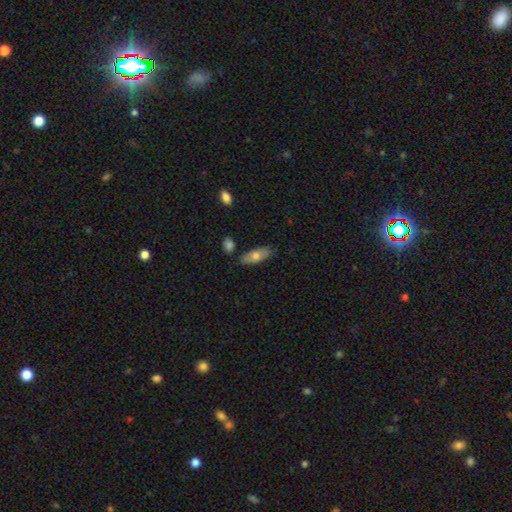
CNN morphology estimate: Smooth or featured: smooth — 72% (featured or disk — 22%)
How rounded: in between — 74% (cigar-shaped — 24%)
Merging: none — 78% (minor disturbance — 14%)